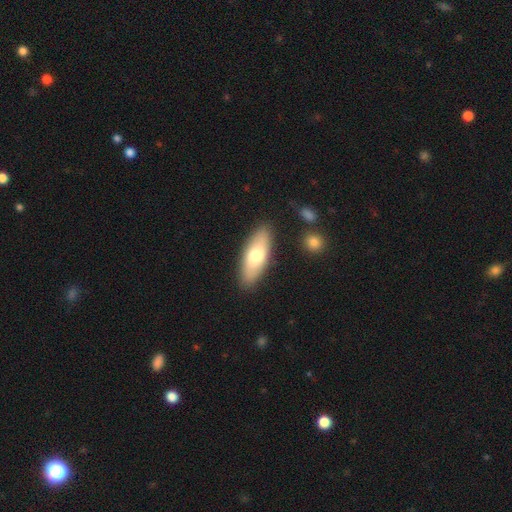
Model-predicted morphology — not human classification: Overall: smooth (70%). How rounded: in between (71%). Merging: none (87%).